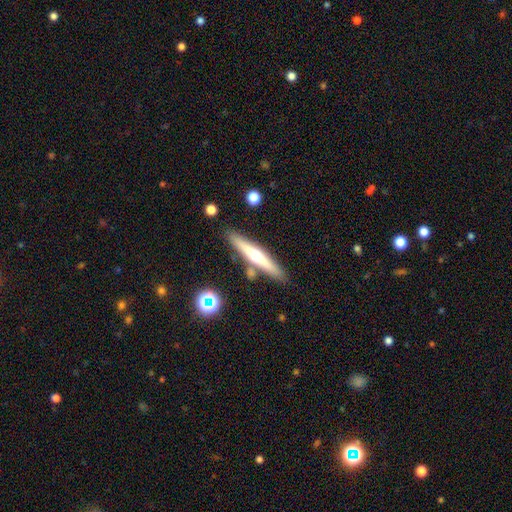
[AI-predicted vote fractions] Morphology: type=featured or disk (59%); edge-on=yes (95%); edge-on bulge=rounded (87%); merging=none (83%).